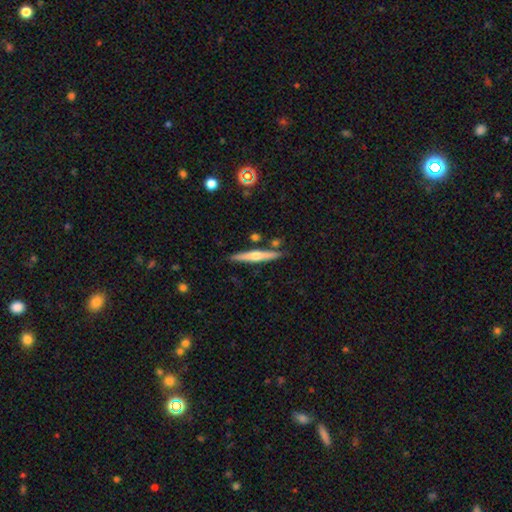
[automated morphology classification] type=featured or disk (57%); edge-on=yes (97%); edge-on bulge=rounded (84%); merging=none (84%).